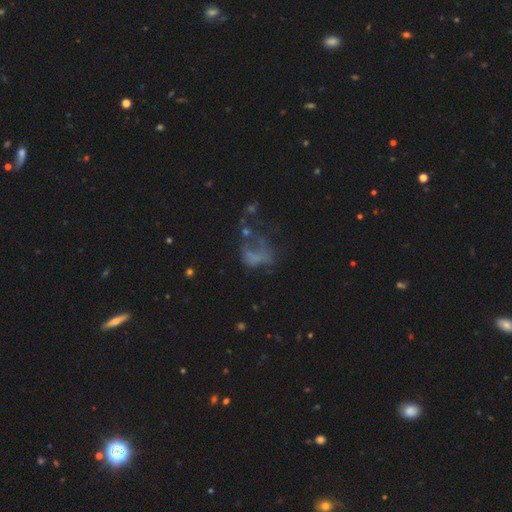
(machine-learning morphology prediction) This appears to be a featured or disk galaxy (42%). Merging: major disturbance (49%).